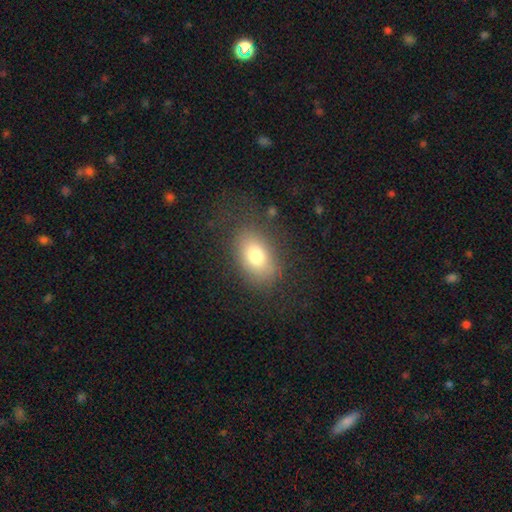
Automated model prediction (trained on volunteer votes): Smooth or featured?
  - smooth: 76% *
  - featured or disk: 14%
  - star or artifact: 10%
How rounded?
  - in between: 83% *
  - round: 16%
  - cigar-shaped: 2%
Merging?
  - none: 75% *
  - minor disturbance: 15%
  - major disturbance: 9%
  - merger: 2%